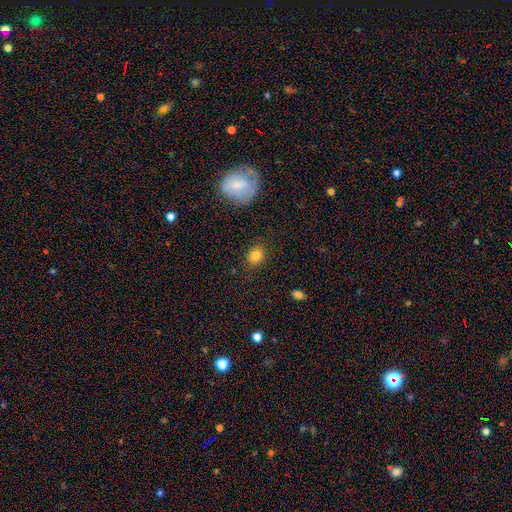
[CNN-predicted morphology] A smooth galaxy with no disk features (82%) that is in between round and cigar-shaped (57%).

Vote fractions:
- Smooth or featured? smooth: 82% / star or artifact: 11% / featured or disk: 8%
- How rounded? in between: 57% / round: 41% / cigar-shaped: 1%
- Merging? none: 85% / minor disturbance: 11% / major disturbance: 3% / merger: 1%